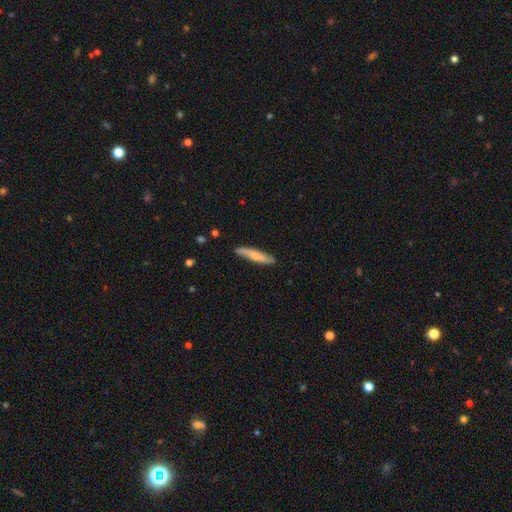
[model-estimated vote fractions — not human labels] smooth-or-featured: smooth: 64% | featured or disk: 31% | star or artifact: 5%
  how-rounded: cigar-shaped: 88% | in between: 11% | round: 1%
  merging: none: 84% | minor disturbance: 12% | major disturbance: 2% | merger: 1%